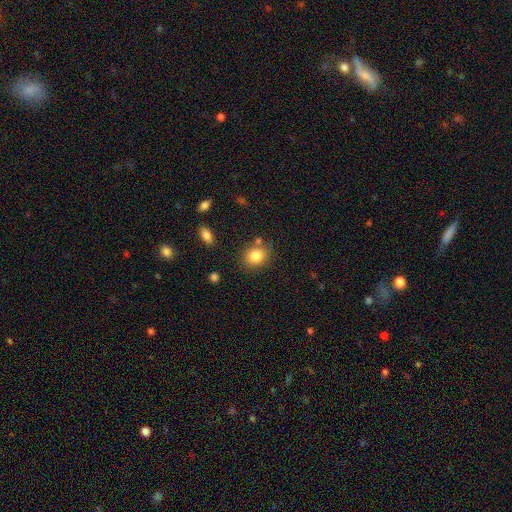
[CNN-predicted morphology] smooth_or_featured: smooth (p=0.83) [alt: star or artifact p=0.10]
how_rounded: round (p=0.59) [alt: in between p=0.40]
merging: none (p=0.76) [alt: minor disturbance p=0.13]